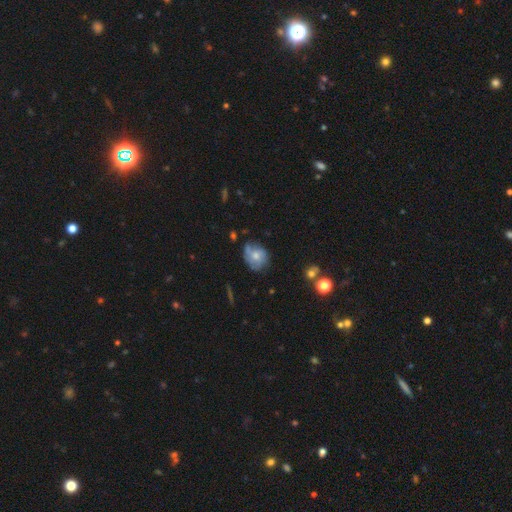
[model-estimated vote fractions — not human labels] smooth-or-featured: smooth: 48% | featured or disk: 43% | star or artifact: 9%
  merging: none: 54% | minor disturbance: 31% | major disturbance: 12% | merger: 4%